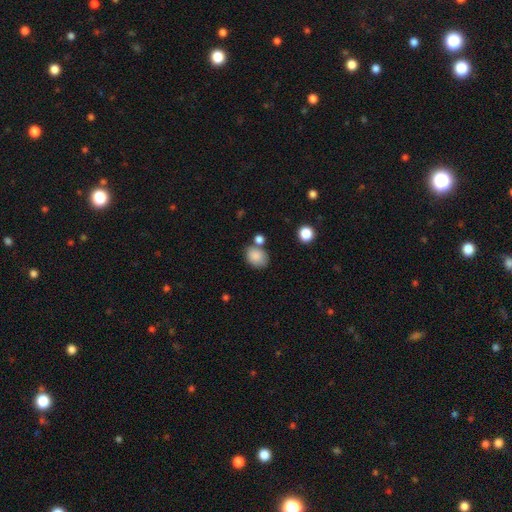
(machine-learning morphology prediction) This is clearly a smooth galaxy (85%). How rounded: possibly in between (58%). Merging: likely none (63%).